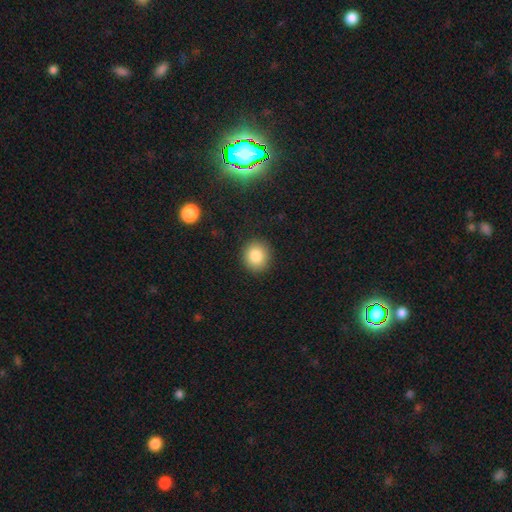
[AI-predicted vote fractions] smooth-or-featured: smooth: 84% | star or artifact: 10% | featured or disk: 7%
  how-rounded: round: 86% | in between: 13% | cigar-shaped: 1%
  merging: none: 91% | minor disturbance: 6% | major disturbance: 2% | merger: 1%